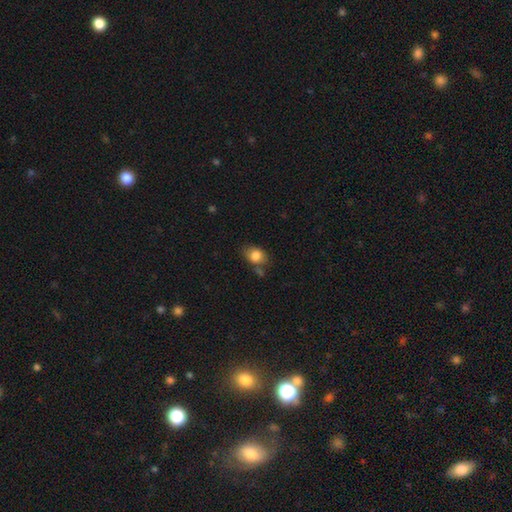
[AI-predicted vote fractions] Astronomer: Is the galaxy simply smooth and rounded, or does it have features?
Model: smooth — 83%.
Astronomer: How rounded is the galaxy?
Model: in between — 66%.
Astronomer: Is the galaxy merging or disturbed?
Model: none — 61%.